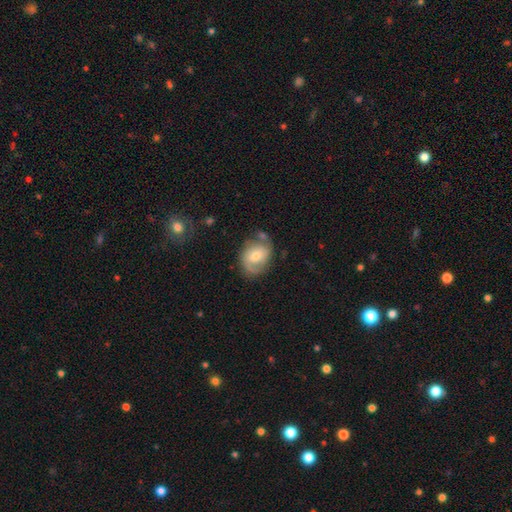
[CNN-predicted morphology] smooth_or_featured: featured or disk (p=0.51) [alt: smooth p=0.41]
disk_edge_on: no (p=0.96) [alt: yes p=0.04]
merging: none (p=0.57) [alt: minor disturbance p=0.24]